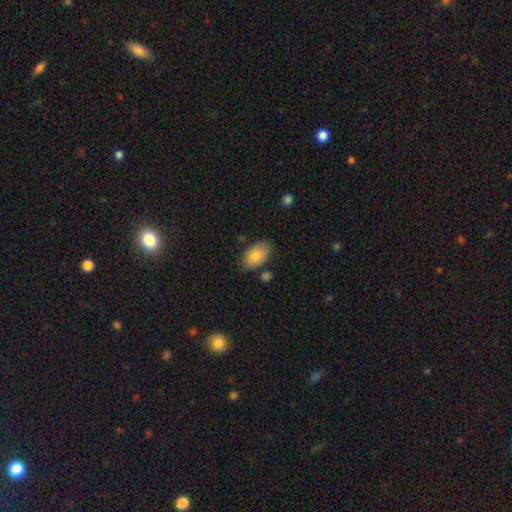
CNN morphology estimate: This appears to be a smooth galaxy with no disk features (83%) that is in between round and cigar-shaped (93%). Merging: none (76%).